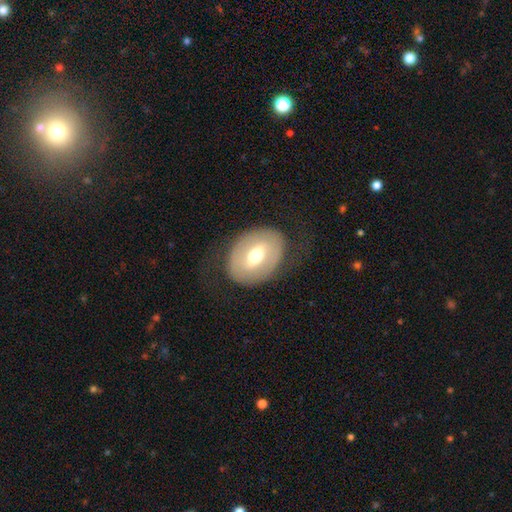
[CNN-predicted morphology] This appears to be a featured or disk galaxy (52%). Merging: none (72%).